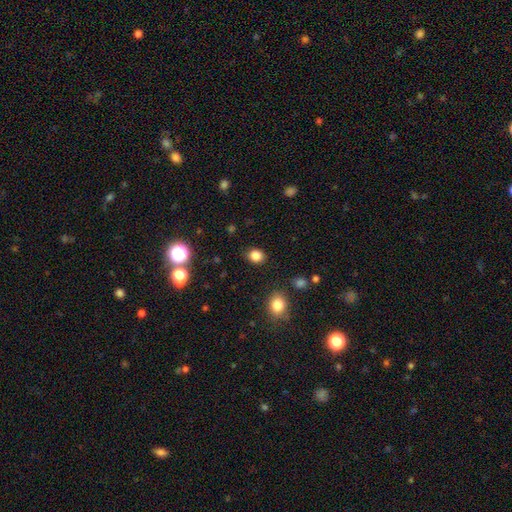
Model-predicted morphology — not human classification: Q: Smooth or featured?
A: smooth (84%); runner-up: star or artifact (12%)
Q: How rounded?
A: round (59%); runner-up: in between (40%)
Q: Merging?
A: none (88%); runner-up: minor disturbance (8%)